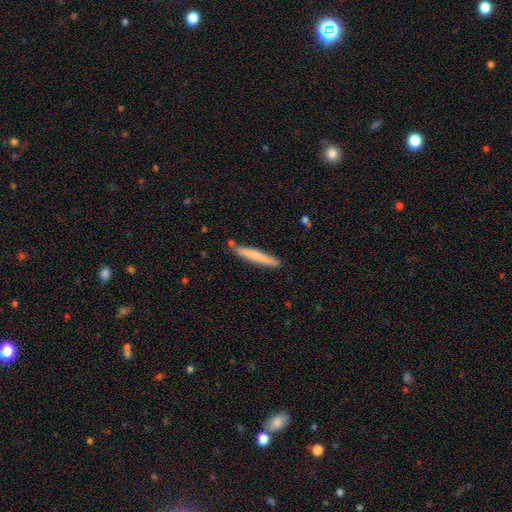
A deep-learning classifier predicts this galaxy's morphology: This appears to be a smooth galaxy with no disk features (73%) that is cigar-shaped (95%). Merging: none (85%).